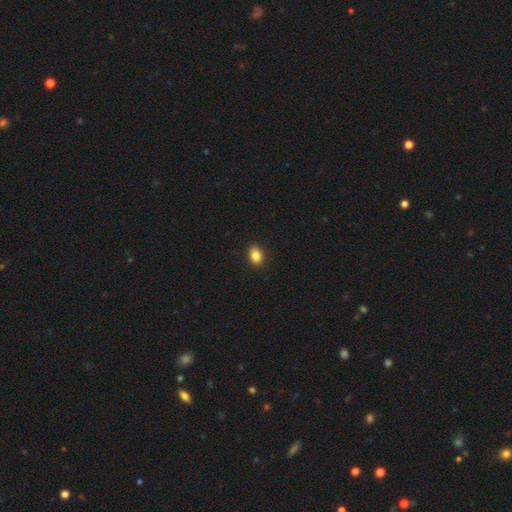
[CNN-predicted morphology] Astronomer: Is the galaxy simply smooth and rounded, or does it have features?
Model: smooth — 85%.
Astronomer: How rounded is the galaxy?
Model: in between — 74%.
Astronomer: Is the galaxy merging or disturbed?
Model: none — 90%.